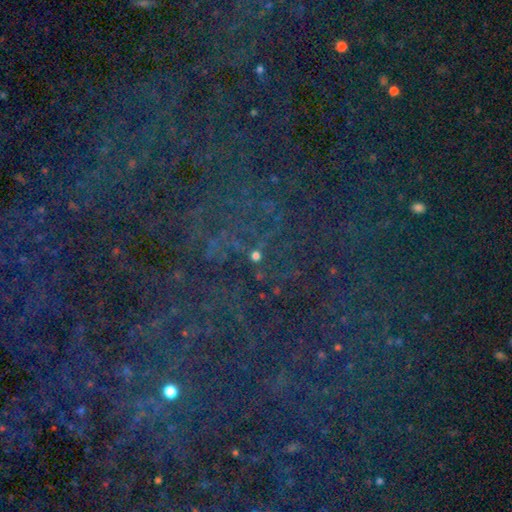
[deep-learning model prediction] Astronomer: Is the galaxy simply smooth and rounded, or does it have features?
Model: star or artifact — 62%.